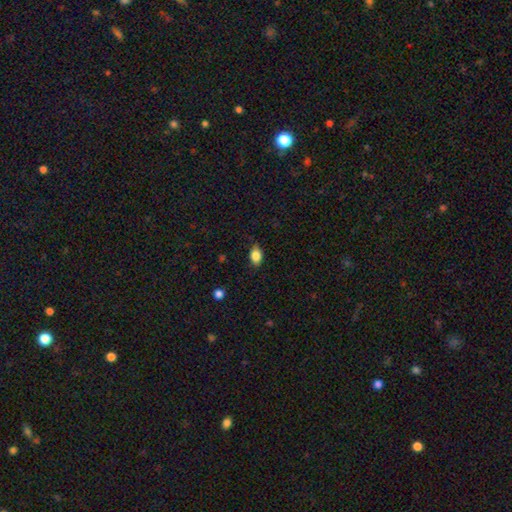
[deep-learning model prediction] Overall: smooth (85%). How rounded: in between (85%). Merging: none (81%).